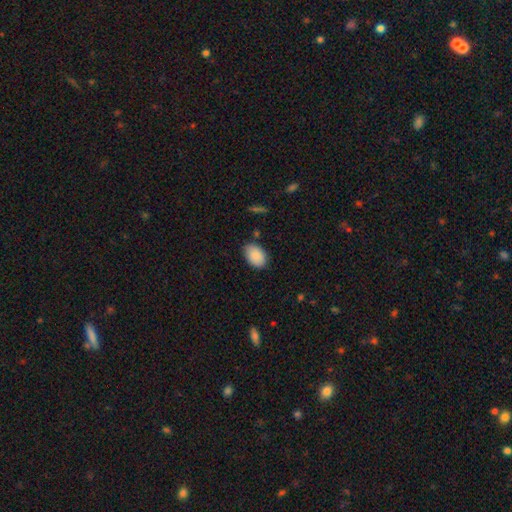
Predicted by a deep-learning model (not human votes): The model was most divided on "merging": none: 82%, minor disturbance: 13%, major disturbance: 3%, merger: 2%. More confident: smooth or featured — smooth (89%); how rounded — in between (88%).